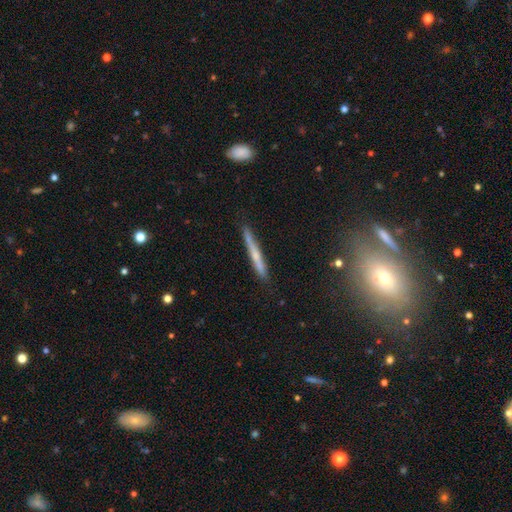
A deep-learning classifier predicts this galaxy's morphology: smooth_or_featured: featured or disk (p=0.51) [alt: smooth p=0.42]
disk_edge_on: yes (p=0.94) [alt: no p=0.06]
merging: none (p=0.82) [alt: minor disturbance p=0.13]